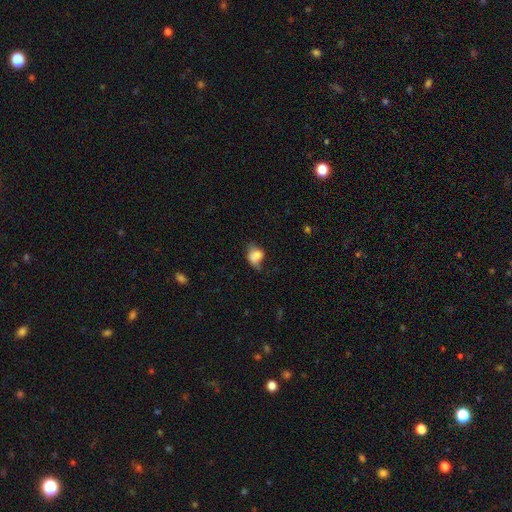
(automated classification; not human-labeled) This is likely a smooth galaxy (70%). How rounded: likely in between (63%). Merging: marginally minor disturbance (31%).